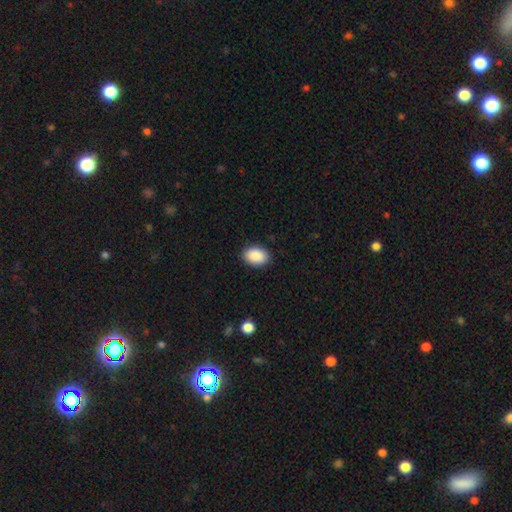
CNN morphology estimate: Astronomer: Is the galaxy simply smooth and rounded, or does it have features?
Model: smooth — 90%.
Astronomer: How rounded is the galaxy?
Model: in between — 83%.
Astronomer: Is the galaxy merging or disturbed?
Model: none — 89%.